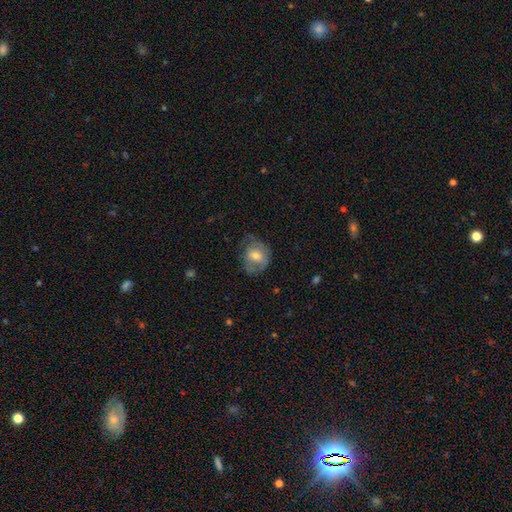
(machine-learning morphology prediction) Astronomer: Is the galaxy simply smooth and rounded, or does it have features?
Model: smooth — 57% (runner-up: featured or disk, 36%).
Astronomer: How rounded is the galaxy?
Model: round — 63%.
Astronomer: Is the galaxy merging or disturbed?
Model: none — 51% (runner-up: minor disturbance, 29%).